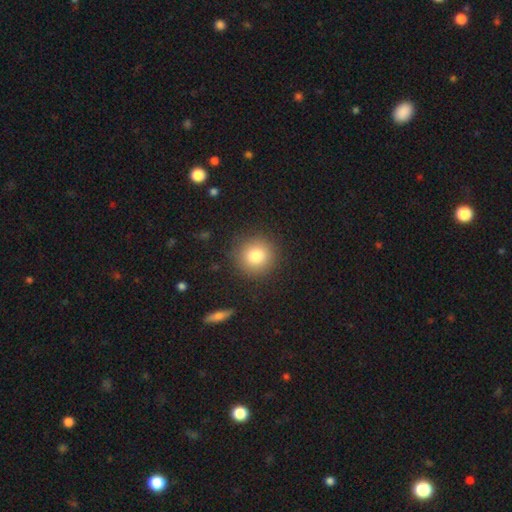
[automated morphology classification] This is clearly a smooth galaxy (81%). How rounded: clearly round (92%). Merging: clearly none (89%).